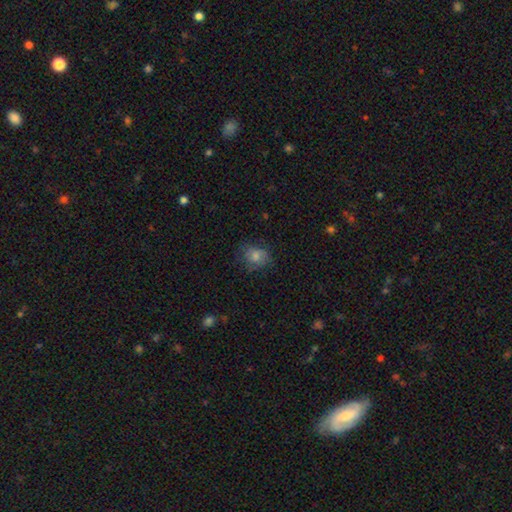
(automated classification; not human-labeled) A smooth galaxy with no disk features (69%) that is round (60%). Merging: none (70%).